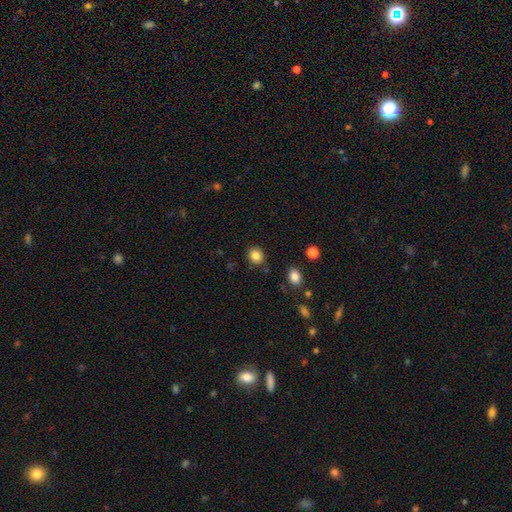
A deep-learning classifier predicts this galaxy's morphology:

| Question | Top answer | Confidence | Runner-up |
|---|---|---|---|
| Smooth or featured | smooth | 85% | star or artifact (10%) |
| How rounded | round | 73% | in between (26%) |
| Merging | none | 85% | minor disturbance (9%) |